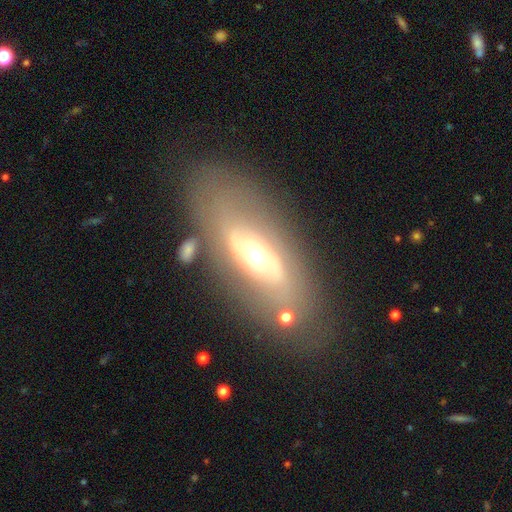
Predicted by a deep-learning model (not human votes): This appears to be a featured or disk galaxy (62%) with no bar (60%), no spiral arms (61%) and a moderate central bulge (66%). Merging: none (75%).